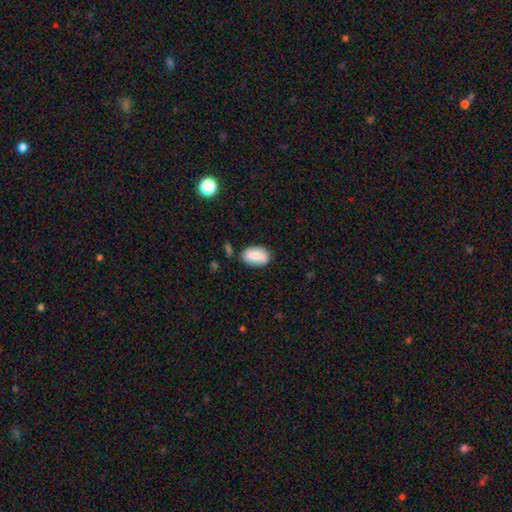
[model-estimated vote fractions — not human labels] Overall: smooth (76%). How rounded: in between (90%). Merging: none (78%).